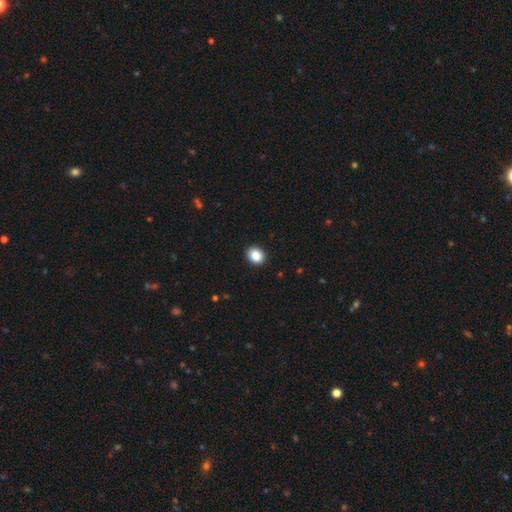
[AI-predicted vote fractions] Q: Smooth or featured?
A: smooth (87%); runner-up: star or artifact (9%)
Q: How rounded?
A: round (57%); runner-up: in between (42%)
Q: Merging?
A: none (92%); runner-up: minor disturbance (5%)